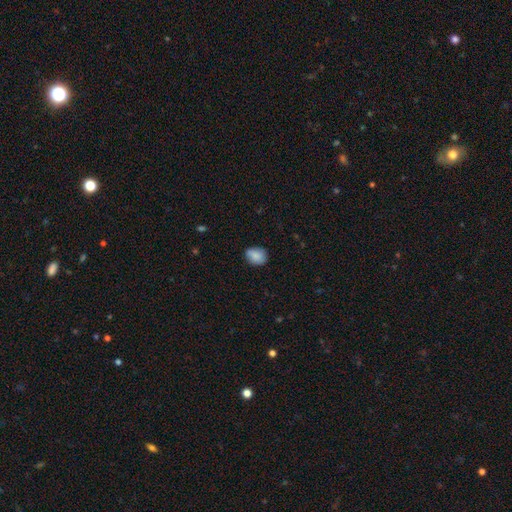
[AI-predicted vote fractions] smooth 86%, star or artifact 8%, featured or disk 6%. Down the decision tree: how rounded — in between (53%); merging — none (74%).